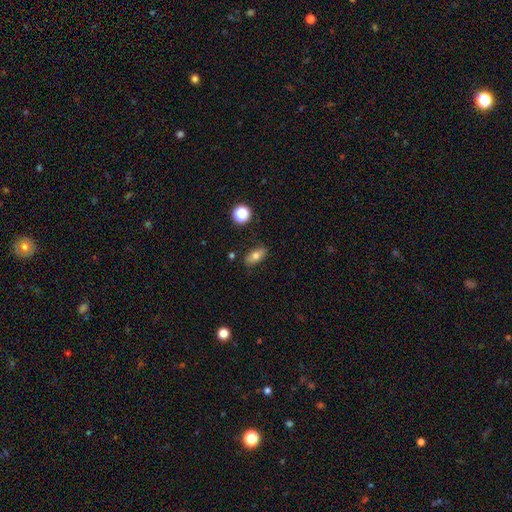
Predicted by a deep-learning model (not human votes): smooth 70%, featured or disk 19%, star or artifact 10%. Down the decision tree: how rounded — in between (79%); merging — none (85%).